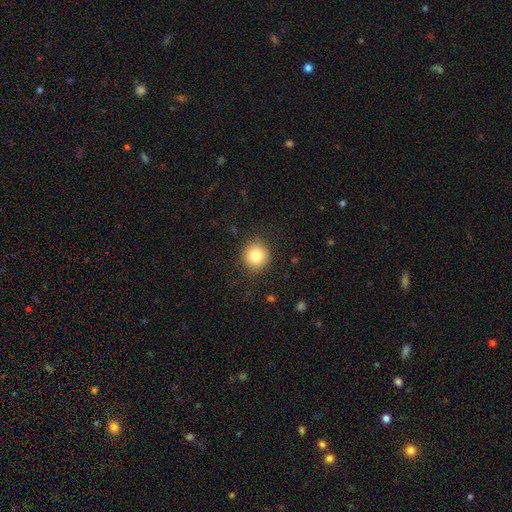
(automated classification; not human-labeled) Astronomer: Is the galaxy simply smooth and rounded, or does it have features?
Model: smooth — 83%.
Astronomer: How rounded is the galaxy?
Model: round — 92%.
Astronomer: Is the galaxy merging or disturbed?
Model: none — 87%.